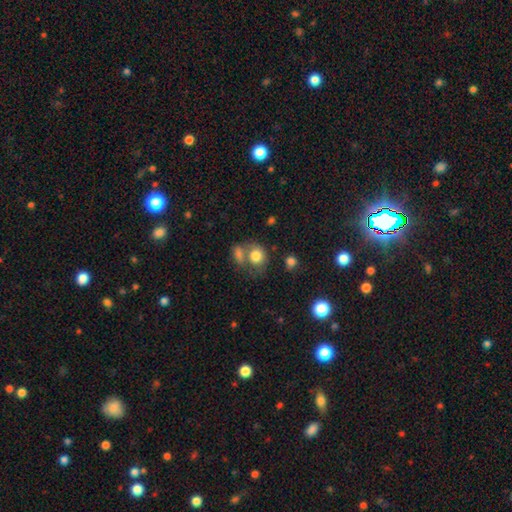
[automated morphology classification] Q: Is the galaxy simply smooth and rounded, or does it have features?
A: smooth — 80%.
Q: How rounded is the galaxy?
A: round — 64%.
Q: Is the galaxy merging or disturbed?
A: merger — 42%.